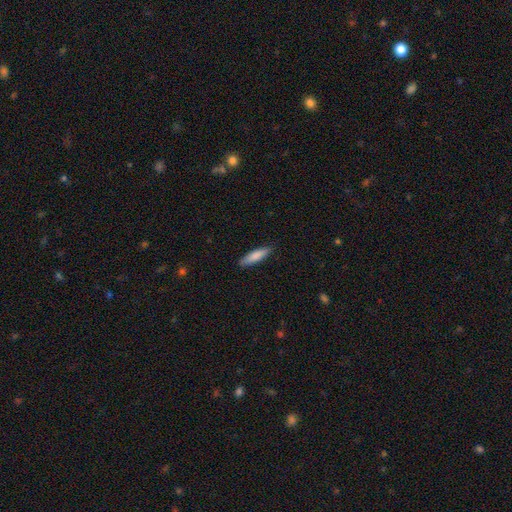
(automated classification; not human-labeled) Smooth or featured: smooth — 84% (featured or disk — 11%)
How rounded: cigar-shaped — 71% (in between — 28%)
Merging: none — 88% (minor disturbance — 9%)